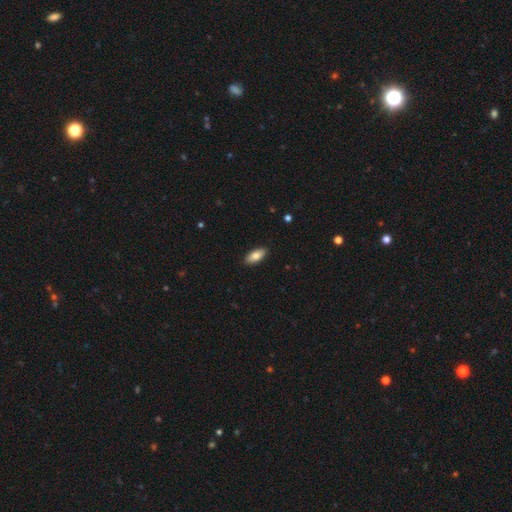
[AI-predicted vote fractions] Smooth or featured?
  - smooth: 82% *
  - featured or disk: 12%
  - star or artifact: 6%
How rounded?
  - in between: 87% *
  - cigar-shaped: 11%
  - round: 2%
Merging?
  - none: 90% *
  - minor disturbance: 8%
  - major disturbance: 2%
  - merger: 1%